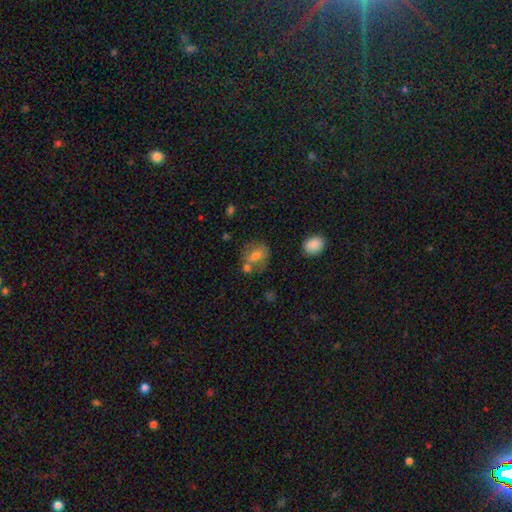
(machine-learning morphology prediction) Smooth or featured? Predicted: smooth (p=0.68). How rounded? Predicted: in between (p=0.50). Merging? Predicted: none (p=0.49).